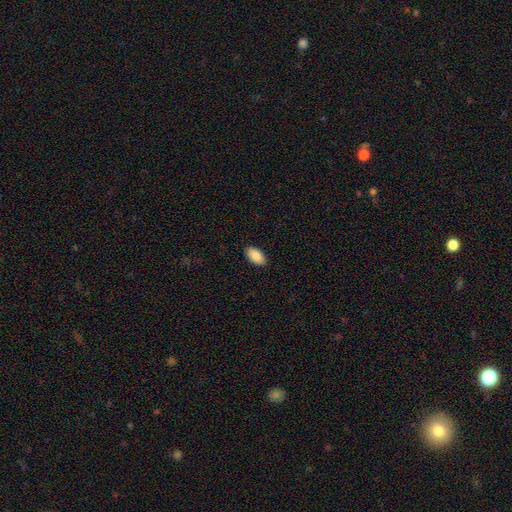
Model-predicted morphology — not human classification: Smooth or featured? Predicted: smooth (p=0.89). How rounded? Predicted: in between (p=0.95). Merging? Predicted: none (p=0.89).